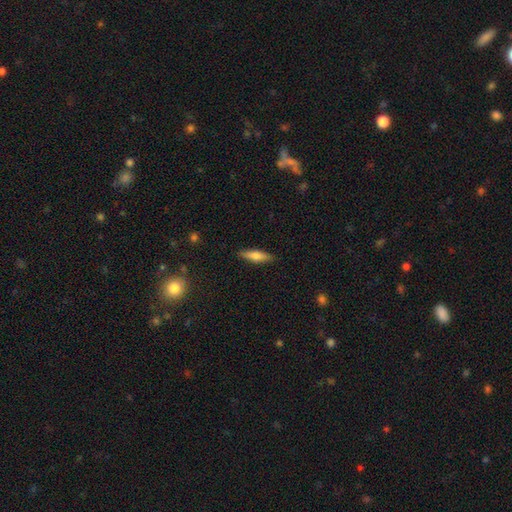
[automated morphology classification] smooth 64%, featured or disk 30%, star or artifact 7%. Down the decision tree: how rounded — cigar-shaped (66%); merging — none (88%).